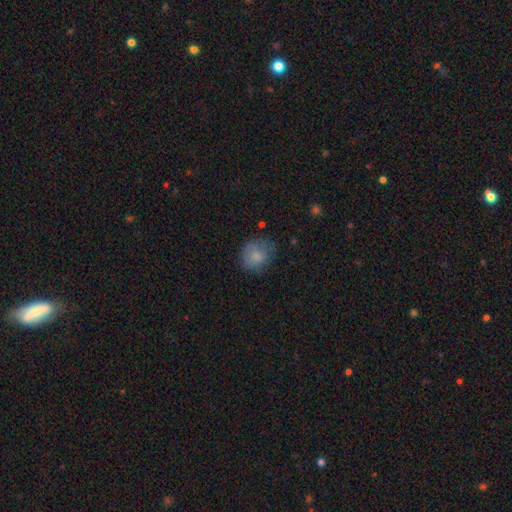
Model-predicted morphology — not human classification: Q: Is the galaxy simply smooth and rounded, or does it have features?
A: smooth — 78%.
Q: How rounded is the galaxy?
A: round — 69%.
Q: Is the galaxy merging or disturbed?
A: none — 58%.